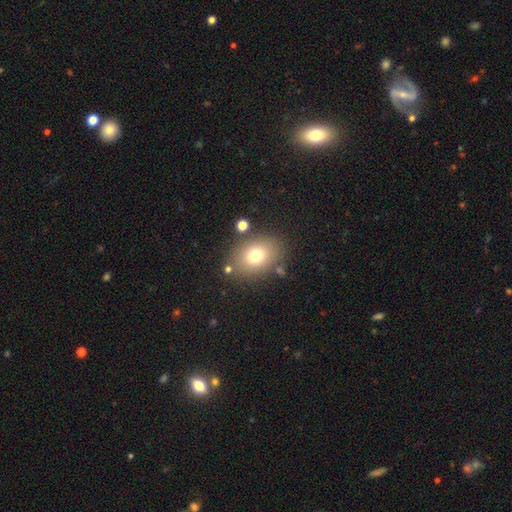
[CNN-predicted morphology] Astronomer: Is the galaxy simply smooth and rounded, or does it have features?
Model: smooth — 75%.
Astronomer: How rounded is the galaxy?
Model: in between — 68%.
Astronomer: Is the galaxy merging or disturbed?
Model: none — 81%.